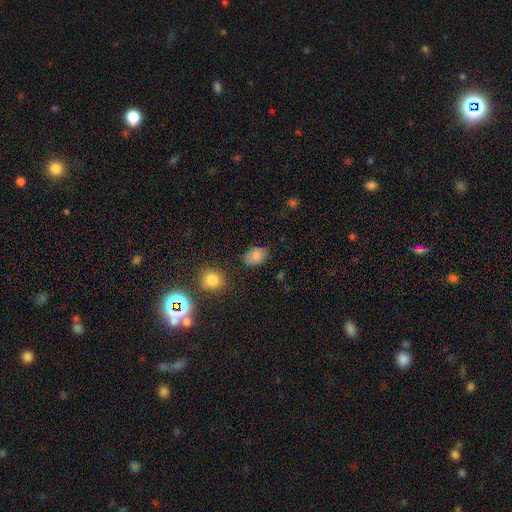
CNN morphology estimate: type=smooth (83%); roundness=in between (77%); merging=none (76%).